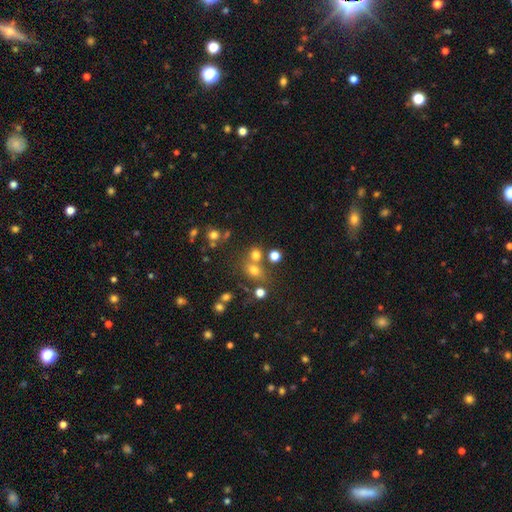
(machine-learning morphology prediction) Smooth or featured? smooth (67%)
How rounded? round (64%)
Merging? none (55%)